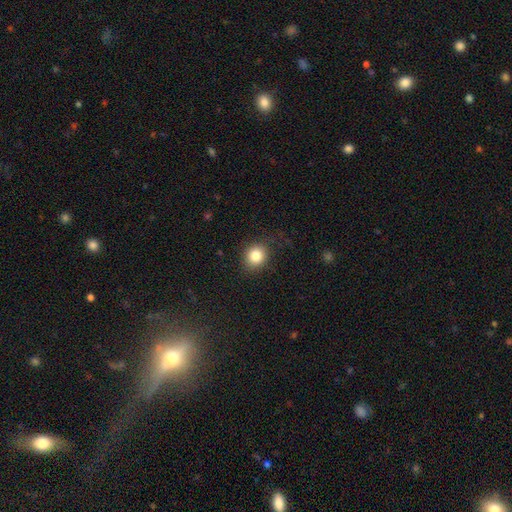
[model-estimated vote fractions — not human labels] Overall: smooth (83%). How rounded: round (79%). Merging: none (83%).